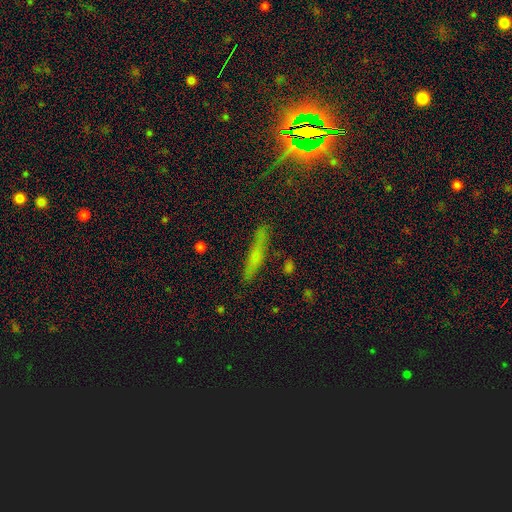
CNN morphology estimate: Q: Smooth or featured?
A: smooth (46%); runner-up: featured or disk (35%)
Q: Merging?
A: none (80%); runner-up: minor disturbance (14%)